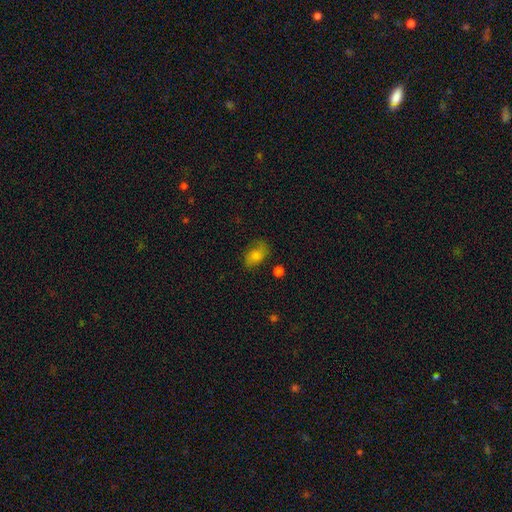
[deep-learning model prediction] This appears to be a smooth galaxy with no disk features (70%) that is in between round and cigar-shaped (83%). Merging: none (69%).